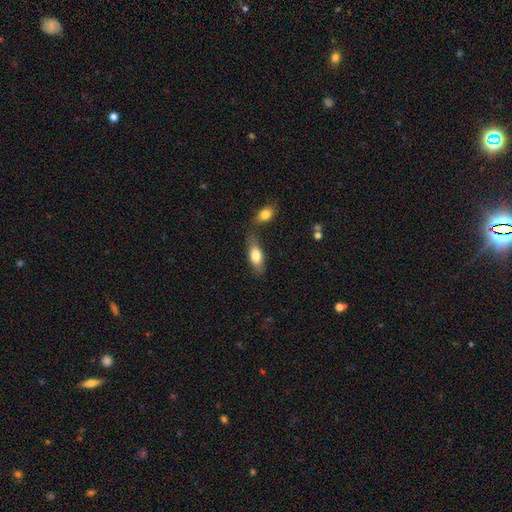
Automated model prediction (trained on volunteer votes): A smooth galaxy with no disk features (74%) that is in between round and cigar-shaped (76%). Merging: none (63%).